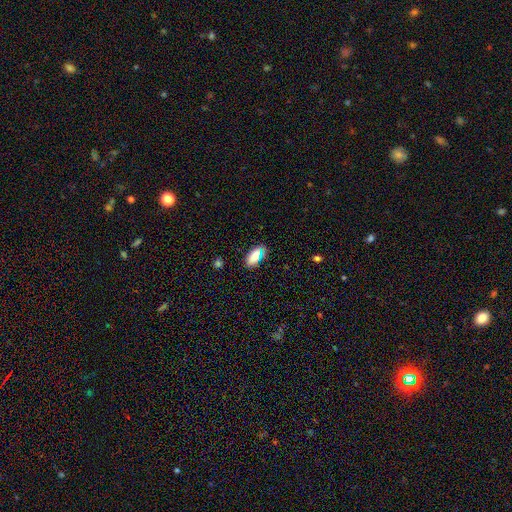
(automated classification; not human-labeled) Smooth or featured? smooth (80%)
How rounded? in between (88%)
Merging? none (83%)